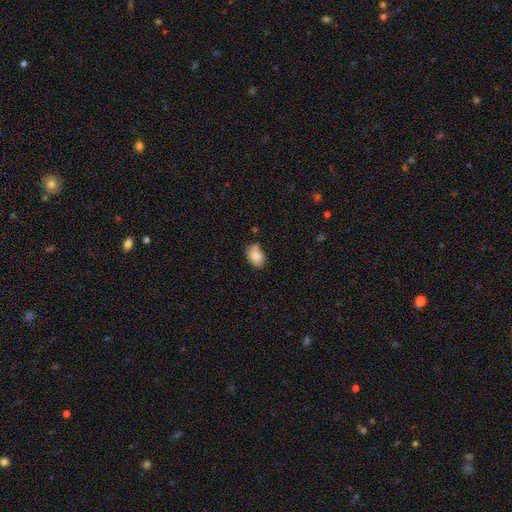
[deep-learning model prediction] This is clearly a smooth galaxy (83%). How rounded: likely in between (80%). Merging: possibly none (59%).